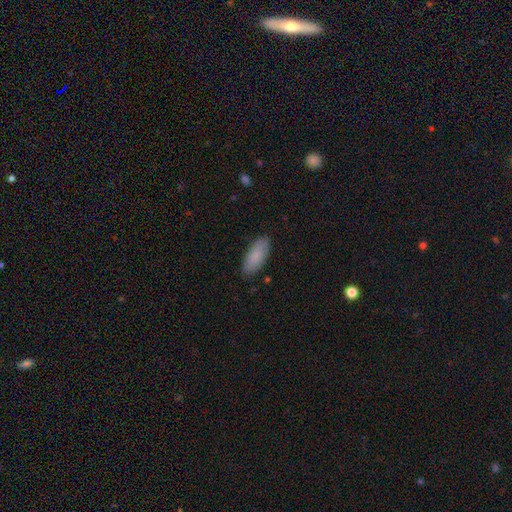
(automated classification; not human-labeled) This is clearly a smooth galaxy (87%). How rounded: likely in between (79%). Merging: clearly none (87%).